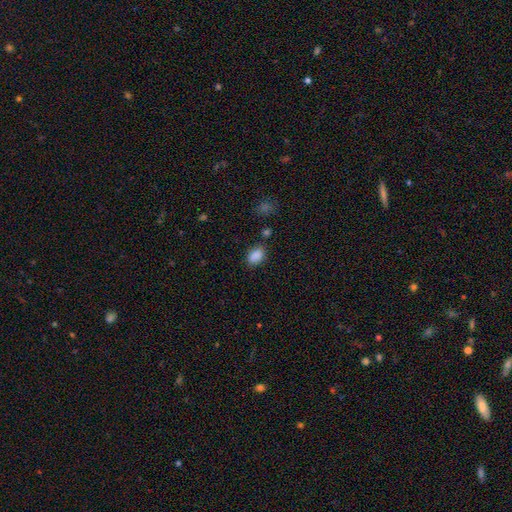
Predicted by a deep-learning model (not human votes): A smooth galaxy with no disk features (87%) that is in between round and cigar-shaped (80%).

Vote fractions:
- Smooth or featured? smooth: 87% / star or artifact: 9% / featured or disk: 4%
- How rounded? in between: 80% / round: 19% / cigar-shaped: 1%
- Merging? none: 76% / minor disturbance: 15% / merger: 5% / major disturbance: 4%